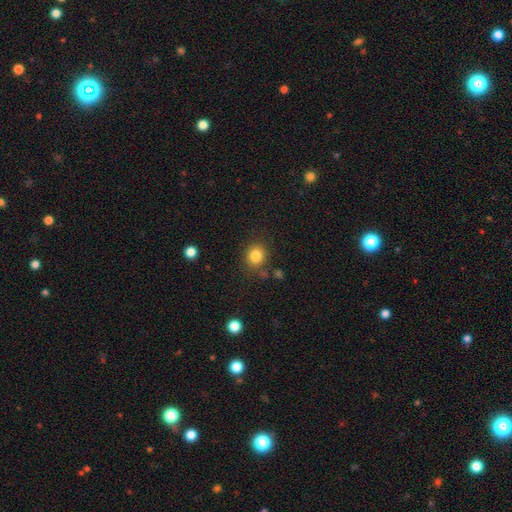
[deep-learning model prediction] smooth-or-featured: smooth: 83% | star or artifact: 11% | featured or disk: 6%
  how-rounded: round: 79% | in between: 20% | cigar-shaped: 1%
  merging: none: 82% | minor disturbance: 10% | merger: 4% | major disturbance: 3%